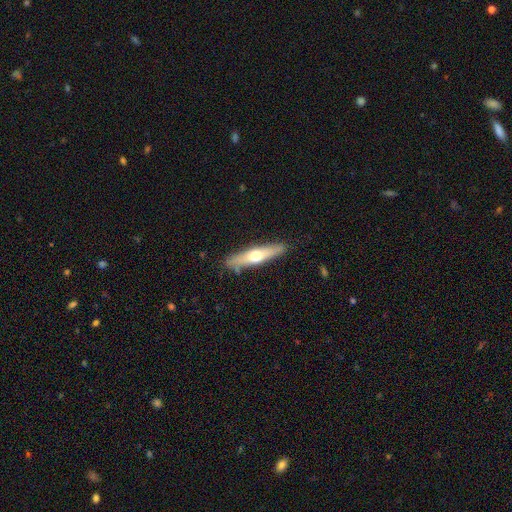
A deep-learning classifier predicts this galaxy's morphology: A featured or disk galaxy (48%).

Vote fractions:
- Smooth or featured? featured or disk: 48% / smooth: 47% / star or artifact: 5%
- Merging? none: 85% / minor disturbance: 11% / major disturbance: 2% / merger: 2%